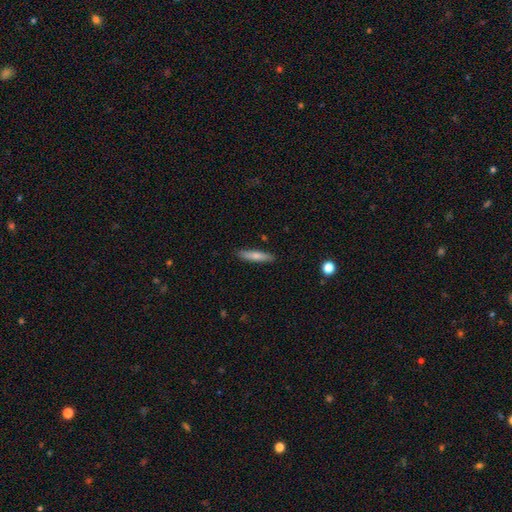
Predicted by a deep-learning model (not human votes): Smooth or featured? Predicted: smooth (p=0.72). How rounded? Predicted: cigar-shaped (p=0.84). Merging? Predicted: none (p=0.88).